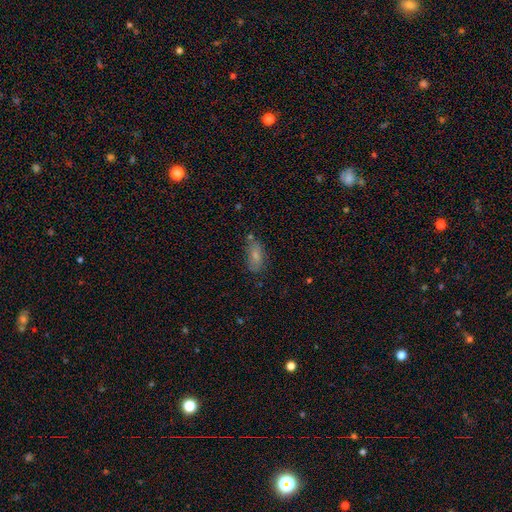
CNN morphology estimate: A smooth galaxy with no disk features (75%) that is in between round and cigar-shaped (88%). Merging: none (68%).